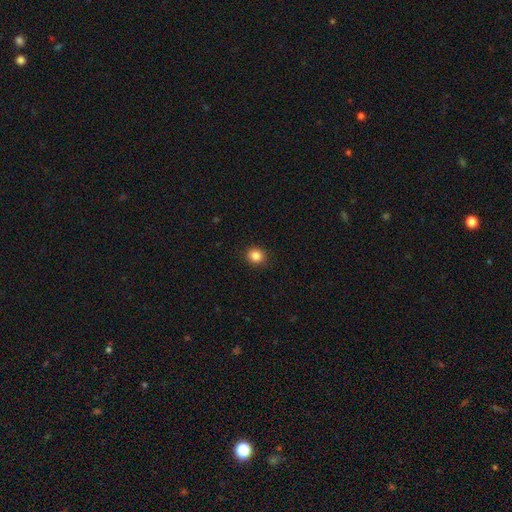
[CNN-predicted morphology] This appears to be a smooth galaxy with no disk features (85%) that is round (85%). Merging: none (91%).